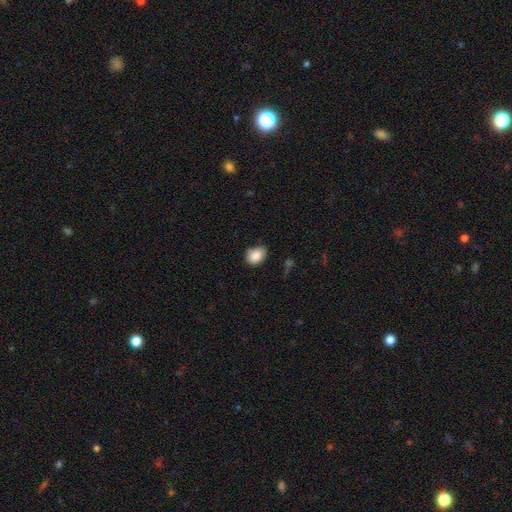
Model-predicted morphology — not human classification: Q: Smooth or featured?
A: smooth (86%); runner-up: star or artifact (8%)
Q: How rounded?
A: in between (69%); runner-up: round (30%)
Q: Merging?
A: none (71%); runner-up: minor disturbance (23%)